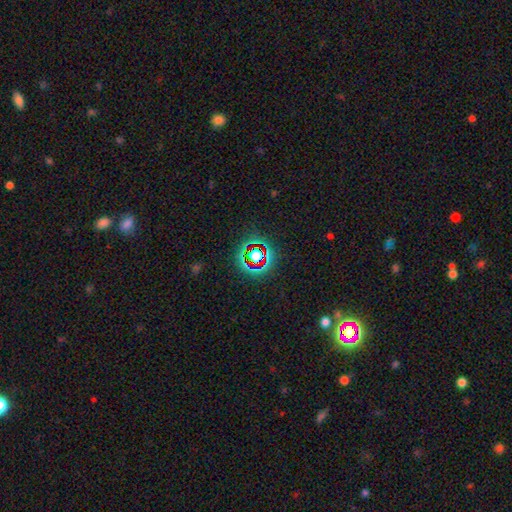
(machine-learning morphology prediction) Smooth or featured?
  - star or artifact: 70% *
  - smooth: 18%
  - featured or disk: 11%